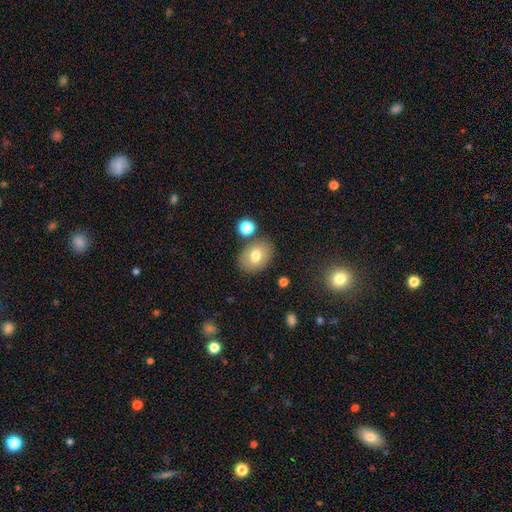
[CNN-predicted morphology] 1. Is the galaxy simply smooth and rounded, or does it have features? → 74% smooth, 17% featured or disk, 9% star or artifact.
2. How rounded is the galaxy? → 72% in between, 27% round, 1% cigar-shaped.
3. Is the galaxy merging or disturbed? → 76% none, 13% minor disturbance, 8% merger, 4% major disturbance.